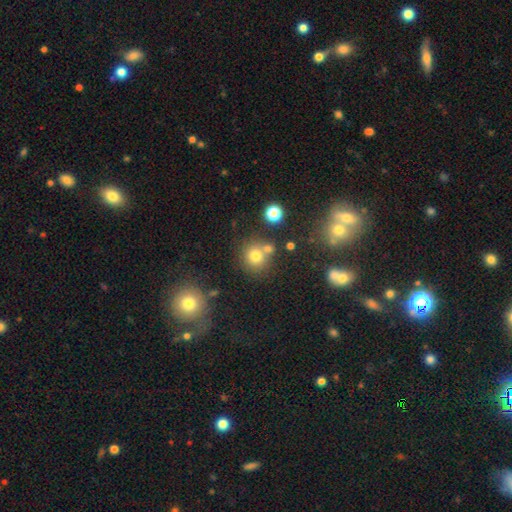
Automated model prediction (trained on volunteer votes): Overall: smooth (74%). How rounded: round (86%). Merging: none (61%; merger 25%).